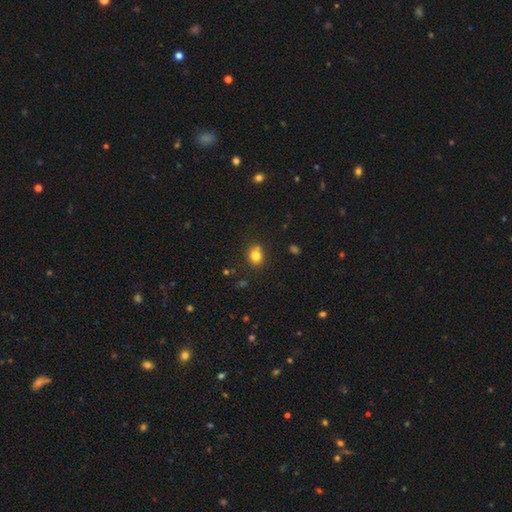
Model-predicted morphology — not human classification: Q: Smooth or featured?
A: smooth (80%); runner-up: star or artifact (12%)
Q: How rounded?
A: round (60%); runner-up: in between (39%)
Q: Merging?
A: none (74%); runner-up: minor disturbance (13%)